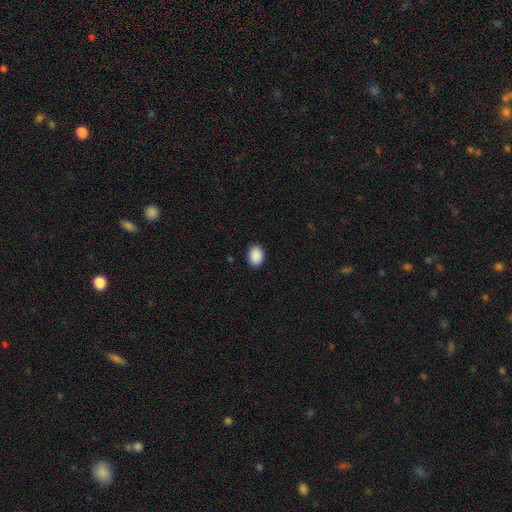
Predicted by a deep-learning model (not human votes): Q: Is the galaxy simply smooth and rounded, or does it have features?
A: smooth — 90%.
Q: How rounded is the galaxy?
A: in between — 67%.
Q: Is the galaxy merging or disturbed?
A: none — 90%.